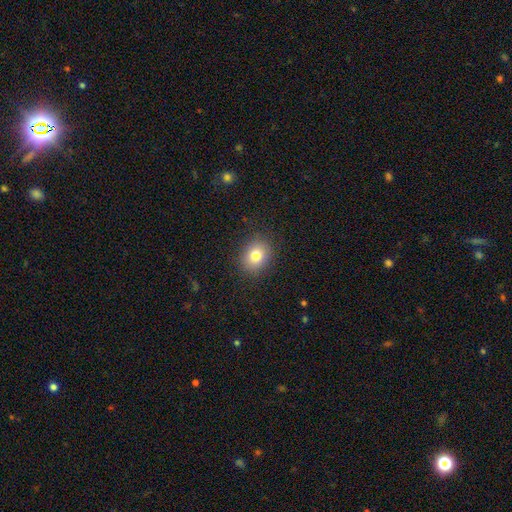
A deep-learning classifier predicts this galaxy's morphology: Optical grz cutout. It shows a smooth galaxy with no disk features (81%) that is round (54%). Merging: none (87%).